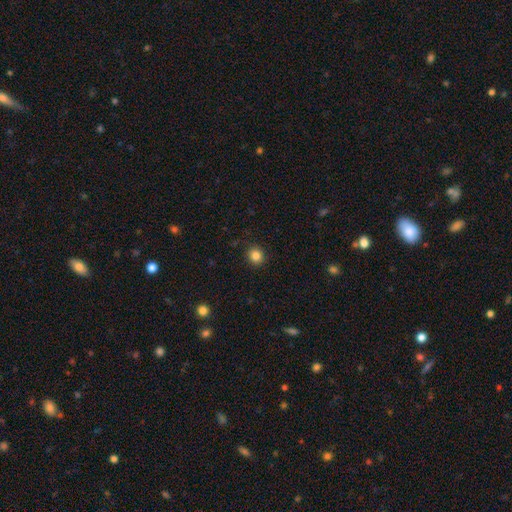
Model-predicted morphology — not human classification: The model was most divided on "how rounded": round: 86%, in between: 13%, cigar-shaped: 1%. More confident: merging — none (91%); smooth or featured — smooth (84%).